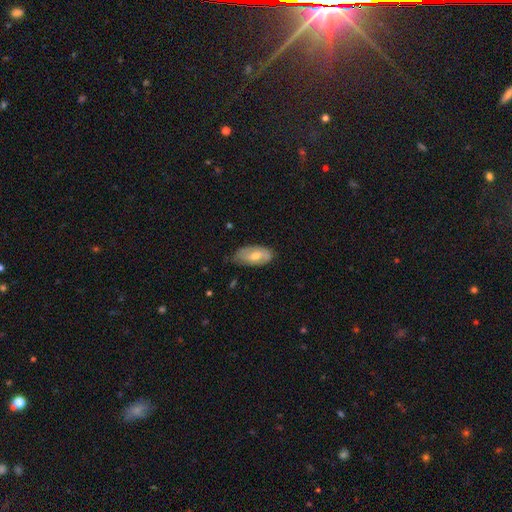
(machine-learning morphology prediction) The model was most divided on "smooth or featured": smooth: 56%, featured or disk: 38%, star or artifact: 6%. More confident: how rounded — in between (91%); merging — none (61%).